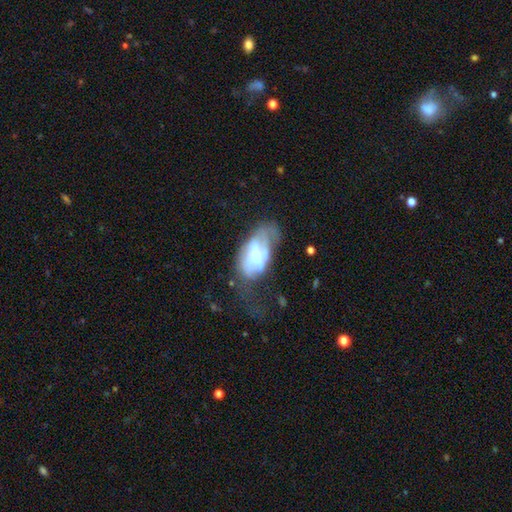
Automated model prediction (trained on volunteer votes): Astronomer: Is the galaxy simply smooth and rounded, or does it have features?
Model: featured or disk — 58% (runner-up: smooth, 34%).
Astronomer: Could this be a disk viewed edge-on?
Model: no — 91%.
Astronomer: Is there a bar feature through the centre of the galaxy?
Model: no — 46% (runner-up: weak, 35%).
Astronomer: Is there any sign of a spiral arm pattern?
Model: yes — 53% (runner-up: no, 47%).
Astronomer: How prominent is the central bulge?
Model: moderate — 40% (runner-up: small, 35%).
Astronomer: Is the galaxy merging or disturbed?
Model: major disturbance — 38% (runner-up: none, 29%).